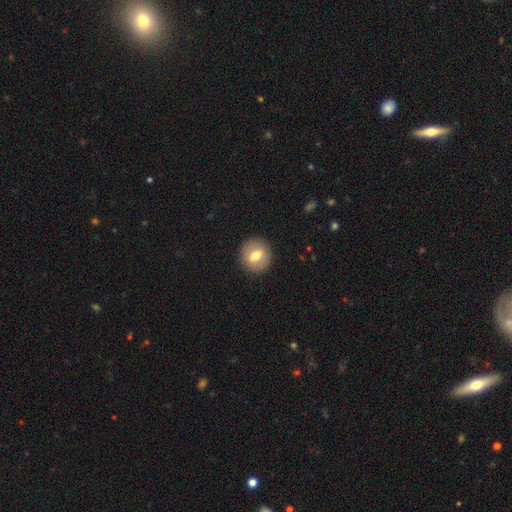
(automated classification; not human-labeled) A smooth galaxy with no disk features (63%) that is round (84%). Merging: none (90%).